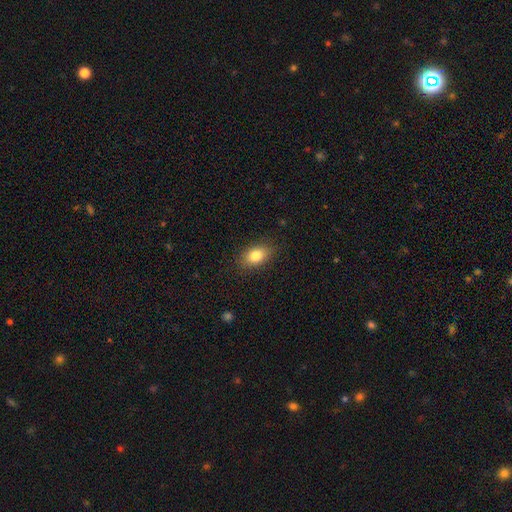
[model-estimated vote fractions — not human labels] Overall: smooth (81%). How rounded: in between (84%). Merging: none (86%).